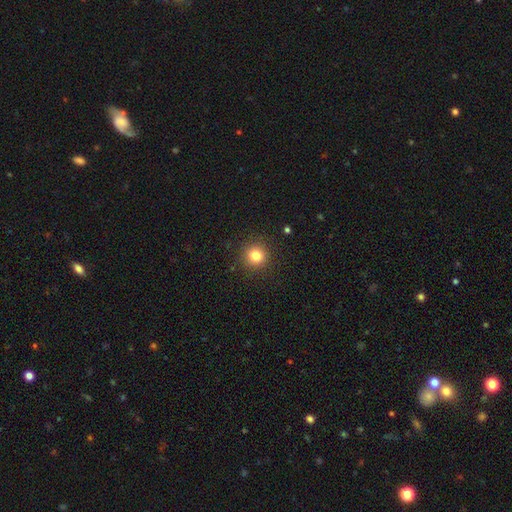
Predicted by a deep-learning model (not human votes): Morphology: type=smooth (81%); roundness=round (92%); merging=none (91%).